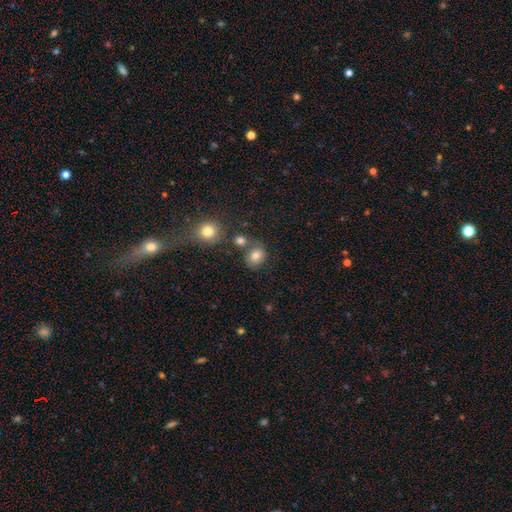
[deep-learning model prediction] Smooth or featured?
  - smooth: 55% *
  - star or artifact: 33%
  - featured or disk: 13%
How rounded?
  - round: 83% *
  - in between: 15%
  - cigar-shaped: 3%
Merging?
  - none: 55% *
  - merger: 31%
  - minor disturbance: 8%
  - major disturbance: 6%